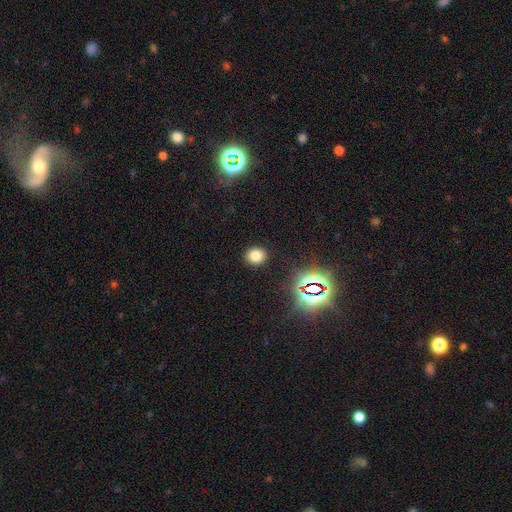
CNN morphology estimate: Smooth or featured: smooth — 77% (star or artifact — 17%)
How rounded: round — 79% (in between — 20%)
Merging: none — 90% (minor disturbance — 6%)